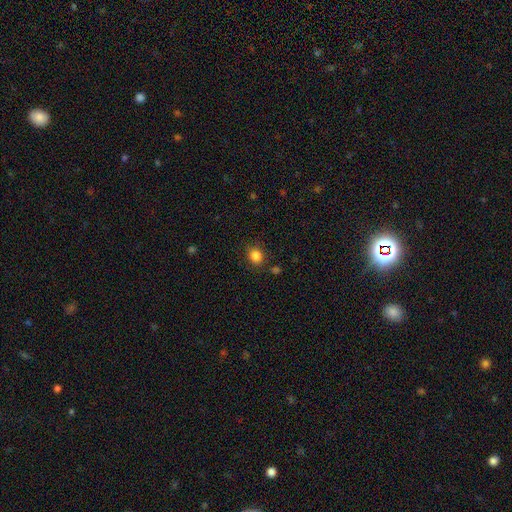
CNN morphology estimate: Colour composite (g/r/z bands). It shows a smooth galaxy with no disk features (85%) that is round (75%). Merging: none (85%).